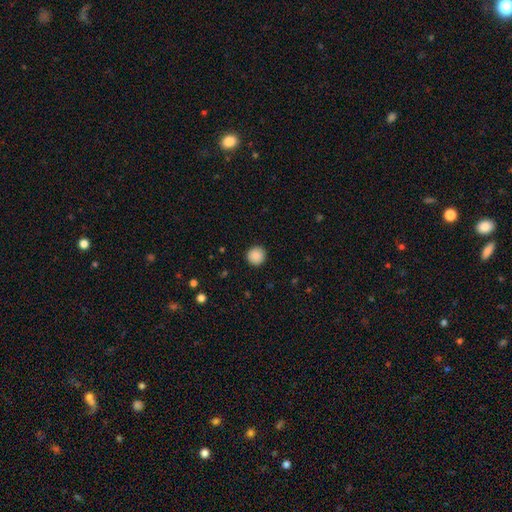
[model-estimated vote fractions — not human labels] Q: Smooth or featured?
A: smooth (89%); runner-up: star or artifact (8%)
Q: How rounded?
A: round (95%); runner-up: in between (4%)
Q: Merging?
A: none (92%); runner-up: minor disturbance (5%)